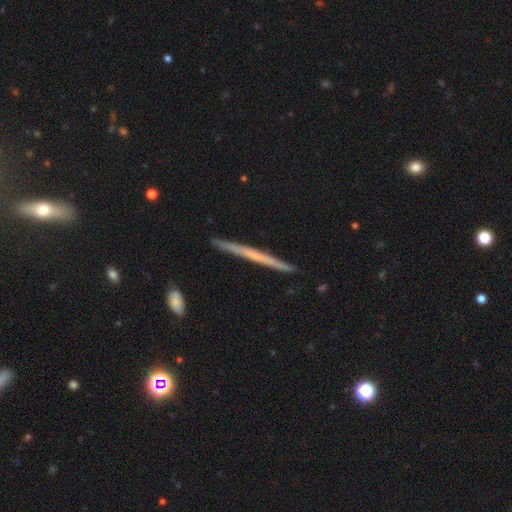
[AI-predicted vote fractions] featured or disk 53%, smooth 41%, star or artifact 6%. Down the decision tree: edge-on disk — yes (97%); edge-on bulge — none (88%); merging — none (91%).